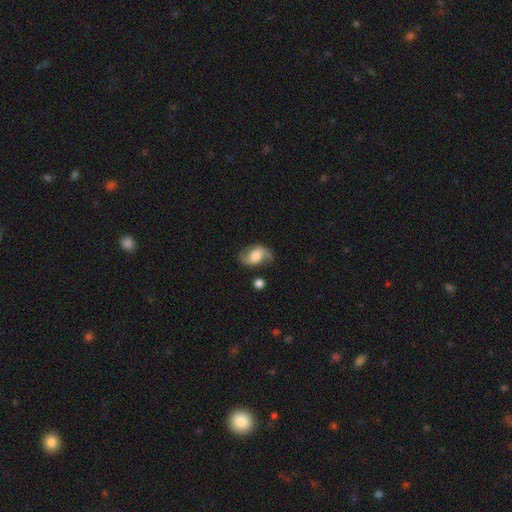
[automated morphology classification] type=featured or disk (71%); edge-on=no (97%); bar=no (52%); spiral arms=yes (93%); winding=loose (53%); arm count=2 (90%); bulge=large (38%); merging=none (71%).